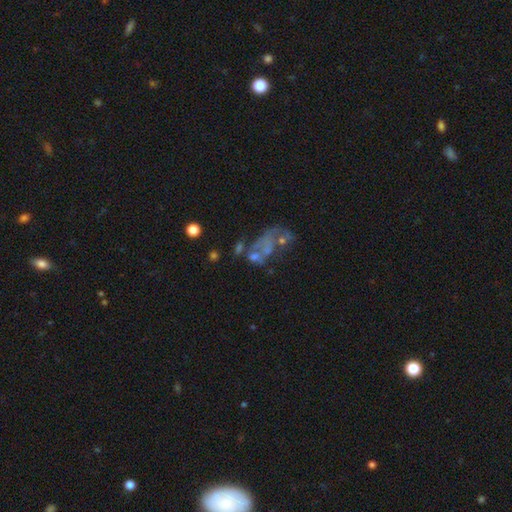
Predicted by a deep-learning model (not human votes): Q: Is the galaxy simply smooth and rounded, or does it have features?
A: featured or disk — 52%.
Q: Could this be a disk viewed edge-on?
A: no — 97%.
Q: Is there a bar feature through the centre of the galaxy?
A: no — 91%.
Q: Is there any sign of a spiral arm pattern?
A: no — 87%.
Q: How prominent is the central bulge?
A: none — 69%.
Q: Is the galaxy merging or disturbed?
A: merger — 32%.